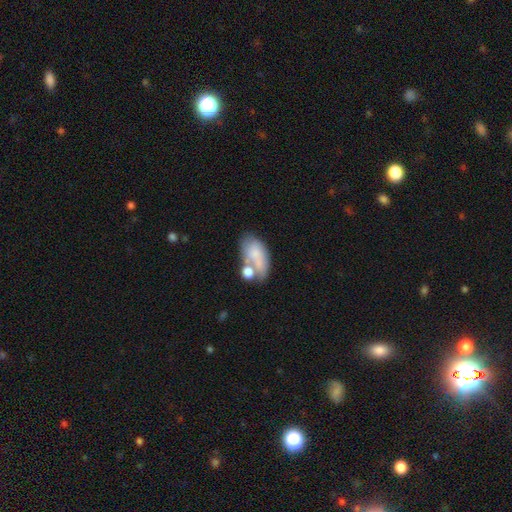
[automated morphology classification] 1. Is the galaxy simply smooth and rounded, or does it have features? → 68% smooth, 23% featured or disk, 9% star or artifact.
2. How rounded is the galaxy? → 90% in between, 7% round, 3% cigar-shaped.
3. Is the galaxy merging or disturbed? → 35% merger, 34% none, 19% minor disturbance, 12% major disturbance.